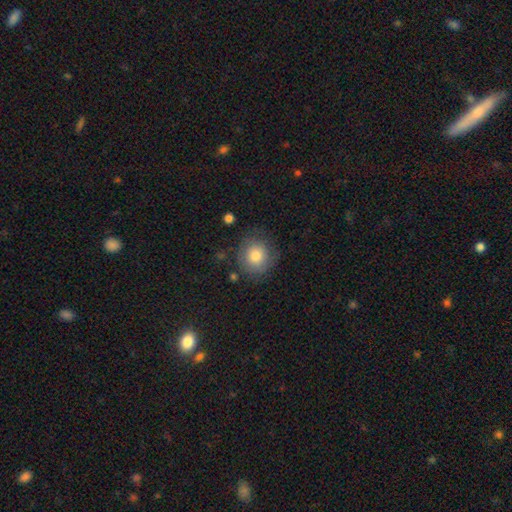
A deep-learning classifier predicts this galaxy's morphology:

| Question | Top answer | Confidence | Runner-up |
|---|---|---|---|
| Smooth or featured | smooth | 78% | featured or disk (14%) |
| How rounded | round | 90% | in between (9%) |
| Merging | none | 77% | minor disturbance (15%) |